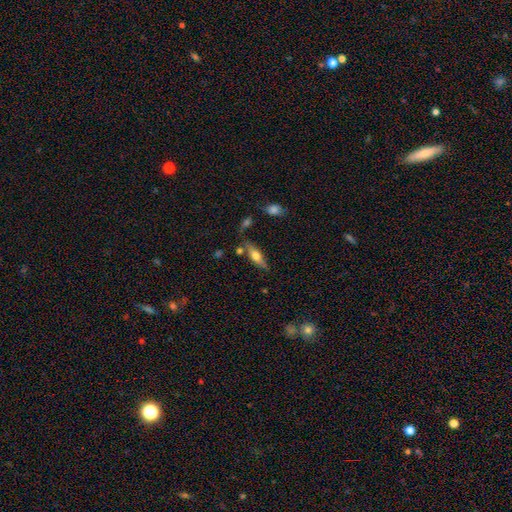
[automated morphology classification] Smooth or featured?
  - smooth: 51% *
  - featured or disk: 43%
  - star or artifact: 7%
How rounded?
  - cigar-shaped: 53% *
  - in between: 44%
  - round: 3%
Merging?
  - none: 71% *
  - minor disturbance: 16%
  - merger: 8%
  - major disturbance: 4%